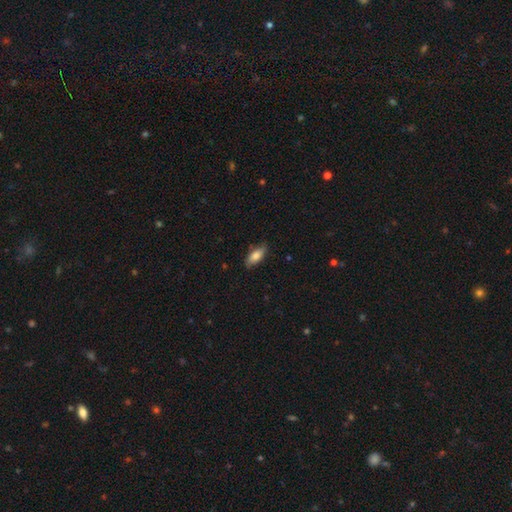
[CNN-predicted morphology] A smooth galaxy with no disk features (80%) that is in between round and cigar-shaped (80%).

Vote fractions:
- Smooth or featured? smooth: 80% / featured or disk: 14% / star or artifact: 6%
- How rounded? in between: 80% / cigar-shaped: 17% / round: 2%
- Merging? none: 80% / minor disturbance: 16% / major disturbance: 3% / merger: 1%